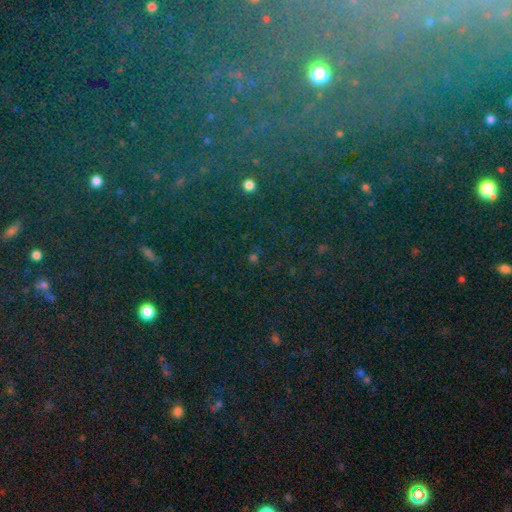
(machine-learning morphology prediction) star or artifact 73%, smooth 16%, featured or disk 11%.